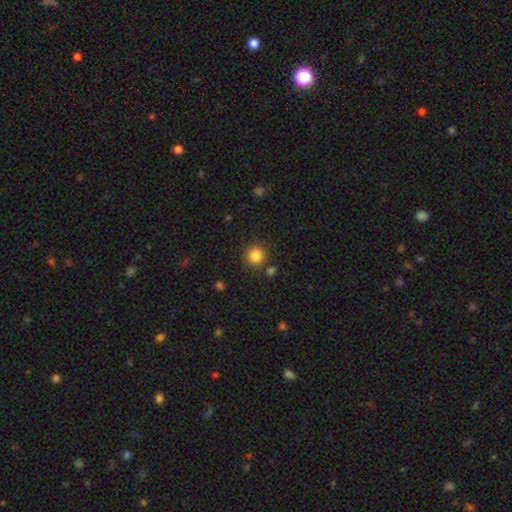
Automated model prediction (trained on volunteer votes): smooth_or_featured: smooth (p=0.84) [alt: star or artifact p=0.12]
how_rounded: round (p=0.93) [alt: in between p=0.06]
merging: none (p=0.85) [alt: minor disturbance p=0.07]